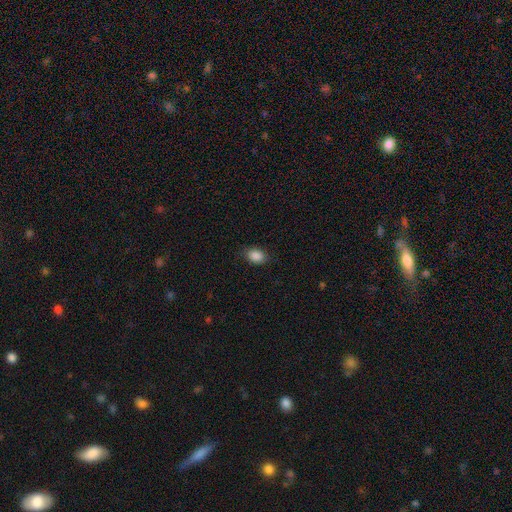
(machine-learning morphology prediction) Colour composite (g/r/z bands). It shows a smooth galaxy with no disk features (88%) that is in between round and cigar-shaped (80%). Merging: none (83%).